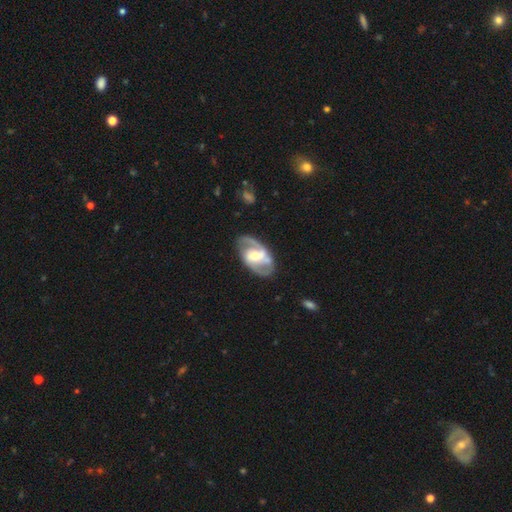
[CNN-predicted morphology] A featured or disk galaxy (83%) with a weak bar (41%), 2 (85%) medium (52%) spiral arms (90%) and a moderate central bulge (60%).

Vote fractions:
- Smooth or featured? featured or disk: 83% / smooth: 13% / star or artifact: 5%
- Edge-on disk? no: 96% / yes: 4%
- Bar? weak: 41% / no: 30% / strong: 29%
- Spiral arms? yes: 90% / no: 10%
- Spiral winding? medium: 52% / tight: 27% / loose: 22%
- Spiral arm count? 2: 85% / can't tell: 7% / 1: 3% / 3: 3% / 4: 1% / more than 4: 1%
- Bulge size? moderate: 60% / small: 28% / large: 9% / none: 2% / dominant: 1%
- Merging? none: 76% / minor disturbance: 15% / major disturbance: 6% / merger: 2%